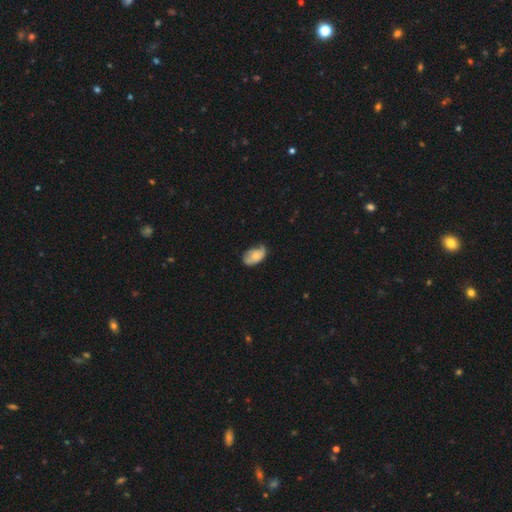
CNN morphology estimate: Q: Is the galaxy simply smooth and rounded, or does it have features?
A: smooth — 66%.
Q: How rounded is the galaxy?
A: in between — 92%.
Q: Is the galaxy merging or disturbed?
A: none — 43%.